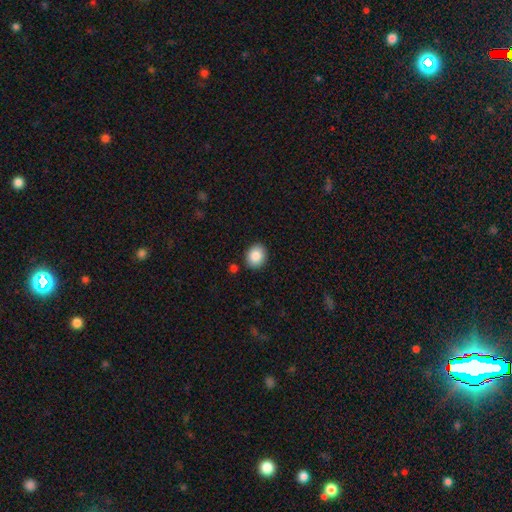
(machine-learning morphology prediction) Overall: smooth (86%). How rounded: round (58%; in between 41%). Merging: none (88%).